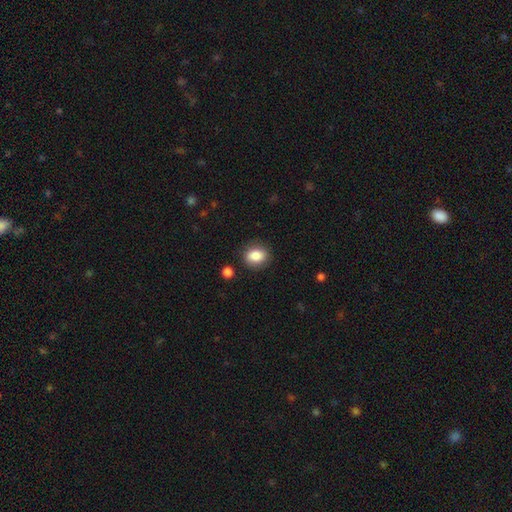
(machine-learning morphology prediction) smooth-or-featured: smooth: 86% | star or artifact: 8% | featured or disk: 6%
  how-rounded: in between: 55% | round: 43% | cigar-shaped: 1%
  merging: none: 85% | minor disturbance: 10% | major disturbance: 3% | merger: 2%